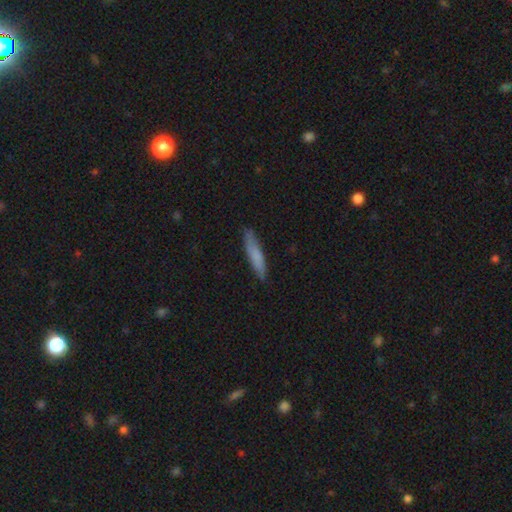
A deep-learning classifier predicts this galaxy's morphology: smooth-or-featured: smooth: 75% | featured or disk: 19% | star or artifact: 6%
  how-rounded: cigar-shaped: 88% | in between: 11% | round: 1%
  merging: none: 85% | minor disturbance: 12% | major disturbance: 2% | merger: 1%